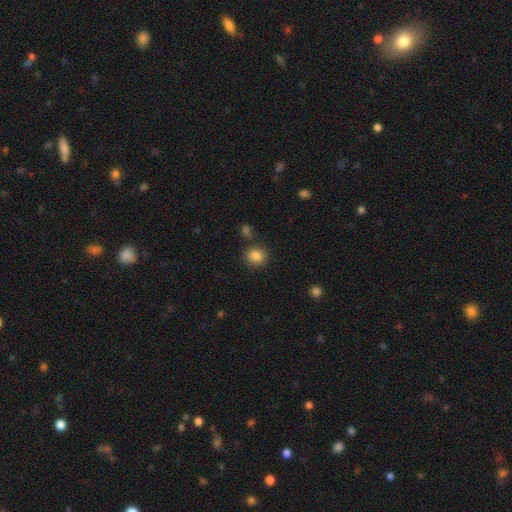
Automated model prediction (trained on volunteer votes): Q: Smooth or featured?
A: smooth (85%); runner-up: star or artifact (10%)
Q: How rounded?
A: round (80%); runner-up: in between (19%)
Q: Merging?
A: none (80%); runner-up: minor disturbance (10%)